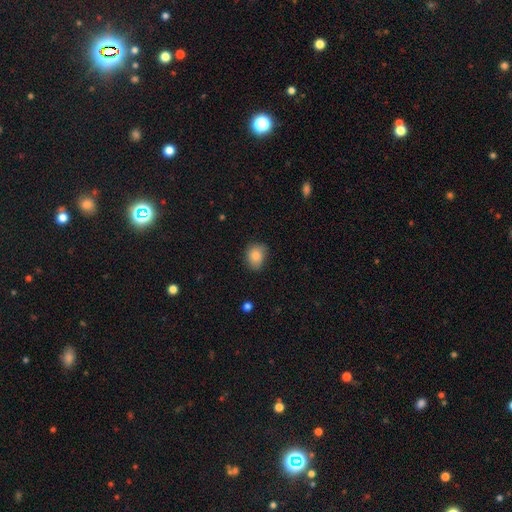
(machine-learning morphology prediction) smooth 86%, star or artifact 8%, featured or disk 6%. Down the decision tree: how rounded — round (50%); merging — none (74%).